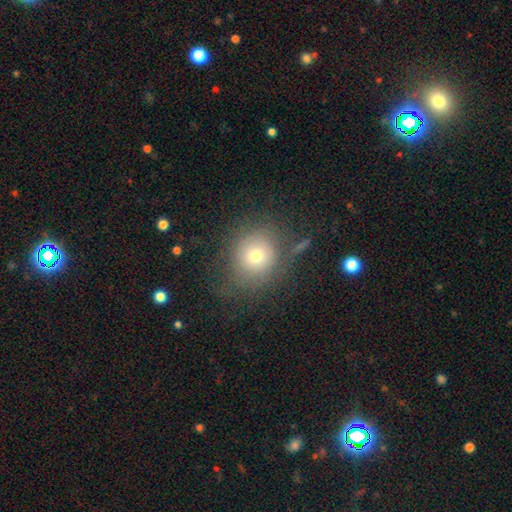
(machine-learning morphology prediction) This appears to be a smooth galaxy with no disk features (67%) that is round (82%). Merging: none (69%).